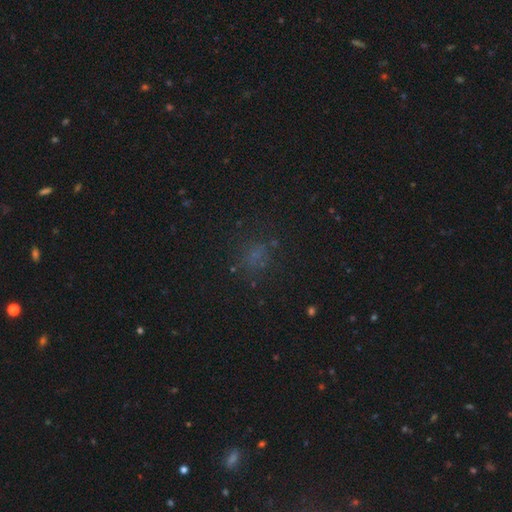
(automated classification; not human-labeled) Smooth or featured? smooth (55%)
How rounded? round (65%)
Merging? none (72%)